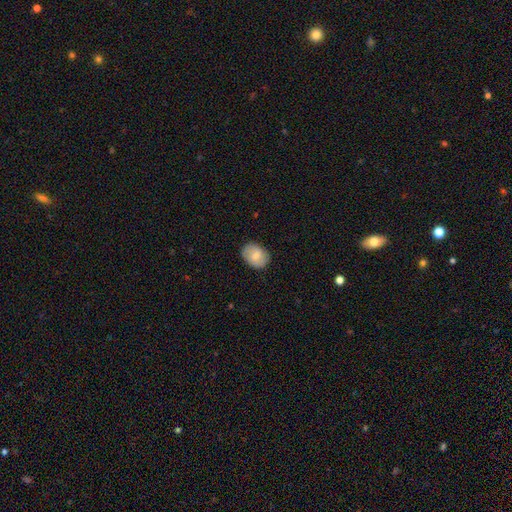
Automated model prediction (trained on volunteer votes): A smooth galaxy with no disk features (75%) that is in between round and cigar-shaped (63%).

Vote fractions:
- Smooth or featured? smooth: 75% / featured or disk: 18% / star or artifact: 7%
- How rounded? in between: 63% / round: 36% / cigar-shaped: 1%
- Merging? none: 83% / minor disturbance: 13% / major disturbance: 3% / merger: 1%